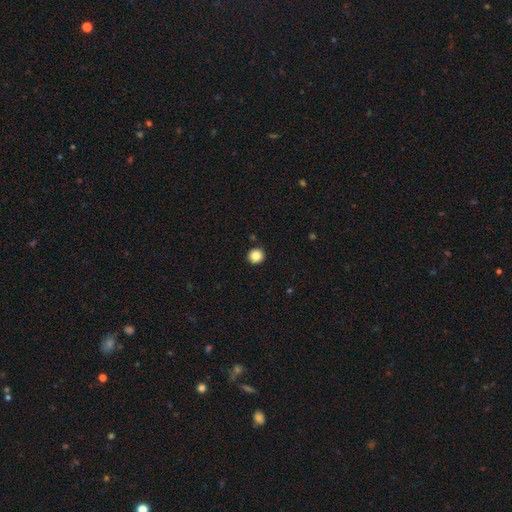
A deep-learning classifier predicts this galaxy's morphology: Smooth or featured?
  - smooth: 85% *
  - star or artifact: 10%
  - featured or disk: 5%
How rounded?
  - round: 93% *
  - in between: 6%
  - cigar-shaped: 1%
Merging?
  - none: 93% *
  - minor disturbance: 5%
  - major disturbance: 1%
  - merger: 1%